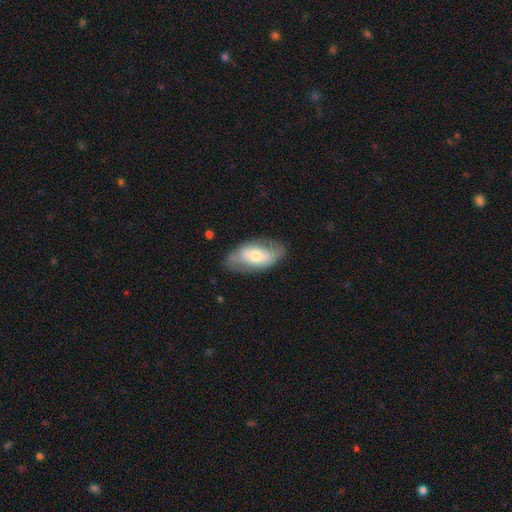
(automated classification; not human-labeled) Smooth or featured? Predicted: featured or disk (p=0.48). Merging? Predicted: none (p=0.73).